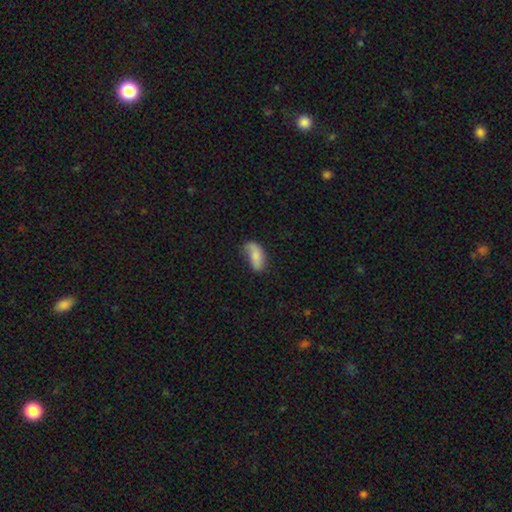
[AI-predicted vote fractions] smooth 74%, featured or disk 19%, star or artifact 7%. Down the decision tree: how rounded — in between (90%); merging — none (46%).